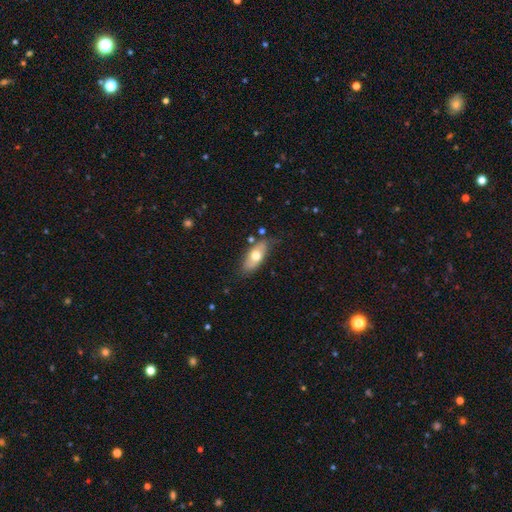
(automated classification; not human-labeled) smooth-or-featured: smooth: 62% | featured or disk: 32% | star or artifact: 6%
  how-rounded: in between: 84% | cigar-shaped: 13% | round: 3%
  merging: none: 71% | minor disturbance: 21% | major disturbance: 5% | merger: 3%